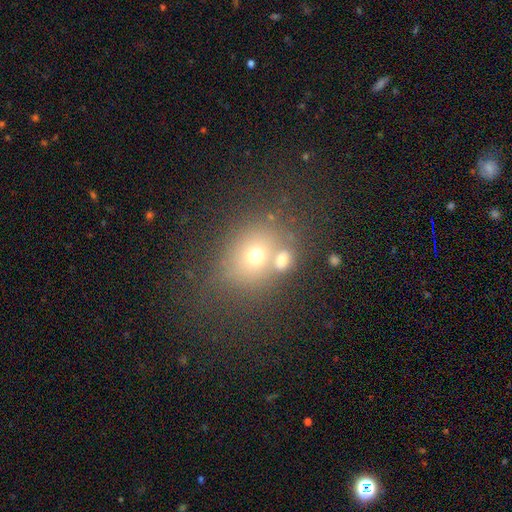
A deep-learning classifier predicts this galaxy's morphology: type=smooth (63%); roundness=round (60%); merging=none (49%).